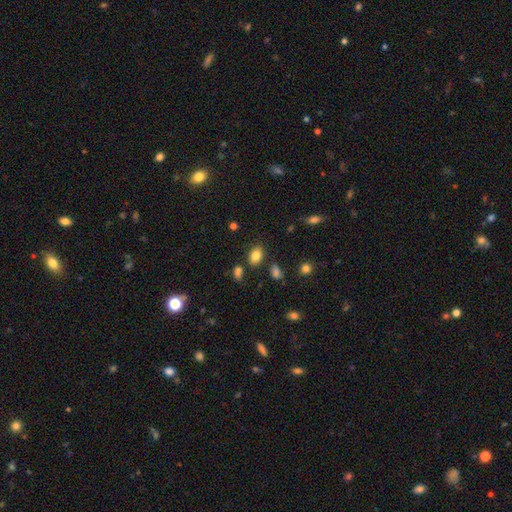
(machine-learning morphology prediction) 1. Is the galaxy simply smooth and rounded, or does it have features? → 83% smooth, 11% star or artifact, 7% featured or disk.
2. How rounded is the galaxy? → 83% in between, 15% round, 1% cigar-shaped.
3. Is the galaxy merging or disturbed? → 77% none, 12% minor disturbance, 7% merger, 4% major disturbance.